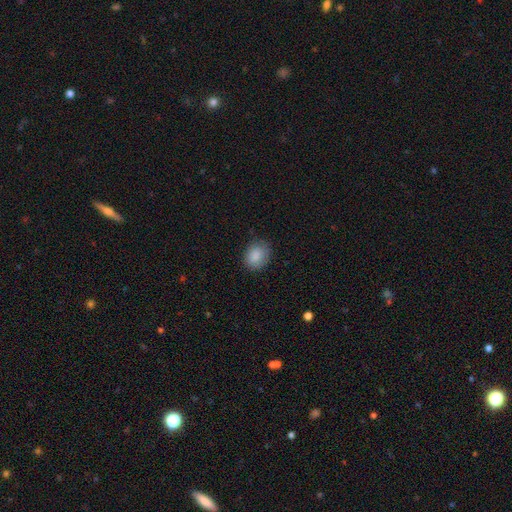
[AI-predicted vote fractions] A smooth galaxy with no disk features (86%) that is round (52%).

Vote fractions:
- Smooth or featured? smooth: 86% / star or artifact: 8% / featured or disk: 6%
- How rounded? round: 52% / in between: 47% / cigar-shaped: 1%
- Merging? none: 76% / minor disturbance: 18% / major disturbance: 4% / merger: 1%